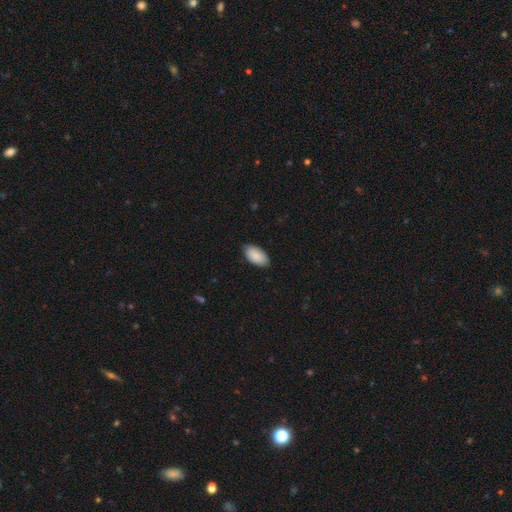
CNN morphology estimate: This is clearly a smooth galaxy (89%). How rounded: clearly in between (96%). Merging: clearly none (85%).